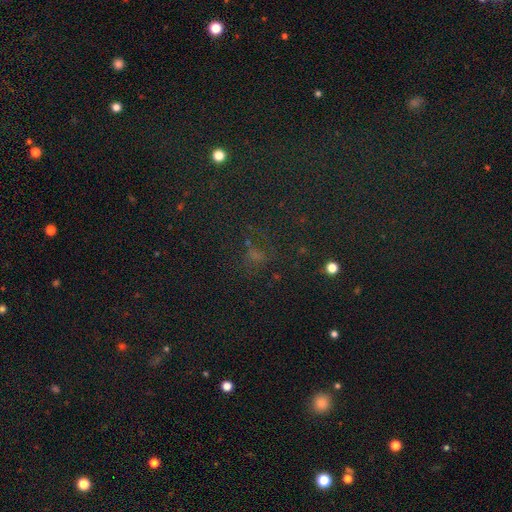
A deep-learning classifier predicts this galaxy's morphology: smooth_or_featured: star or artifact (p=0.56) [alt: smooth p=0.32]